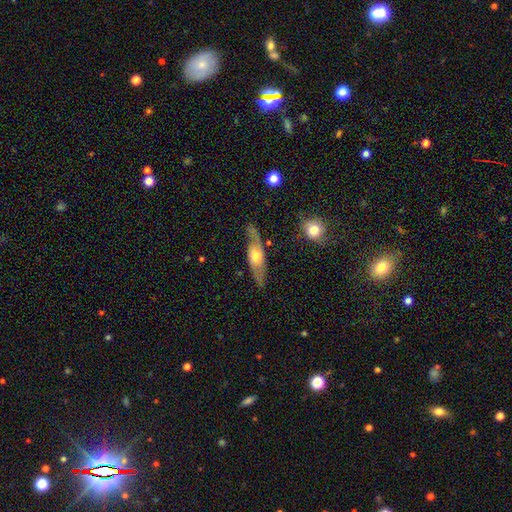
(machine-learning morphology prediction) Overall: featured or disk (62%; smooth 32%). Edge-on disk: no (56%; yes 44%). Merging: none (74%).